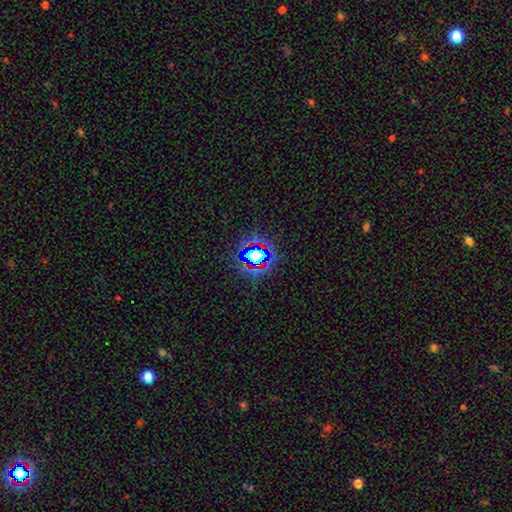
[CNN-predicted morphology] Q: Smooth or featured?
A: star or artifact (69%); runner-up: smooth (18%)